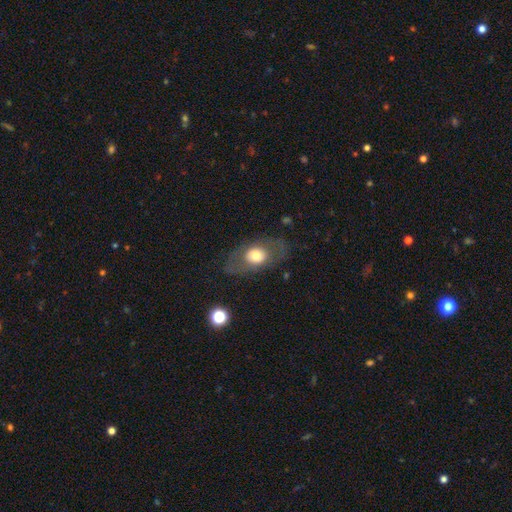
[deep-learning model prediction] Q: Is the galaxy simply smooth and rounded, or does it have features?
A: smooth — 56%.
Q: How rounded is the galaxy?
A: in between — 68%.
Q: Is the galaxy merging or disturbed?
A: none — 75%.